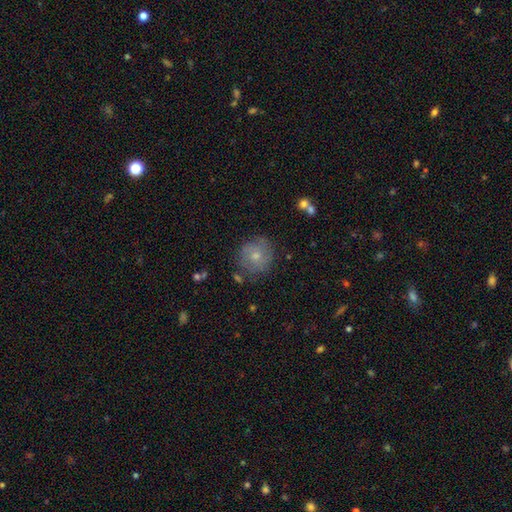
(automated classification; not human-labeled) smooth-or-featured: smooth: 60% | featured or disk: 31% | star or artifact: 9%
  how-rounded: round: 90% | in between: 9% | cigar-shaped: 1%
  merging: none: 74% | minor disturbance: 18% | major disturbance: 5% | merger: 3%